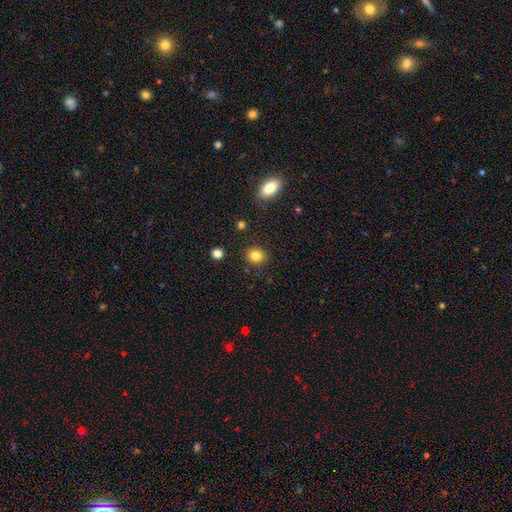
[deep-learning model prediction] Smooth or featured: smooth — 83% (star or artifact — 11%)
How rounded: round — 70% (in between — 29%)
Merging: none — 88% (minor disturbance — 8%)